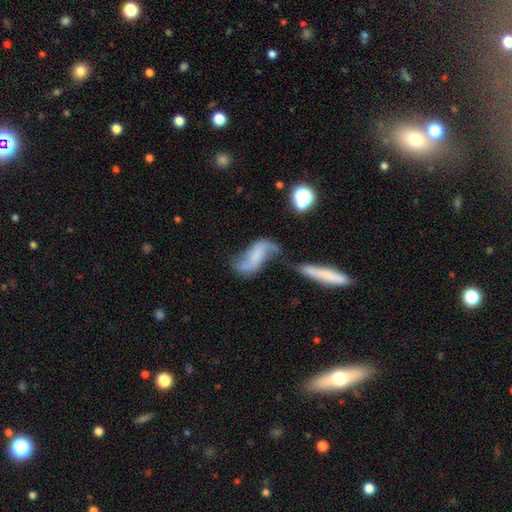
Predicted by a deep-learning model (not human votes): A featured or disk galaxy (72%) with no bar (49%), 2 (90%) loose (84%) spiral arms (90%) and no central bulge (55%).

Vote fractions:
- Smooth or featured? featured or disk: 72% / smooth: 20% / star or artifact: 8%
- Edge-on disk? no: 92% / yes: 8%
- Bar? no: 49% / weak: 36% / strong: 15%
- Spiral arms? yes: 90% / no: 10%
- Spiral winding? loose: 84% / medium: 12% / tight: 4%
- Spiral arm count? 2: 90% / can't tell: 4% / 1: 3% / 3: 1% / 4: 1% / more than 4: 1%
- Bulge size? none: 55% / small: 23% / moderate: 15% / large: 5% / dominant: 2%
- Merging? none: 40% / merger: 26% / minor disturbance: 20% / major disturbance: 14%